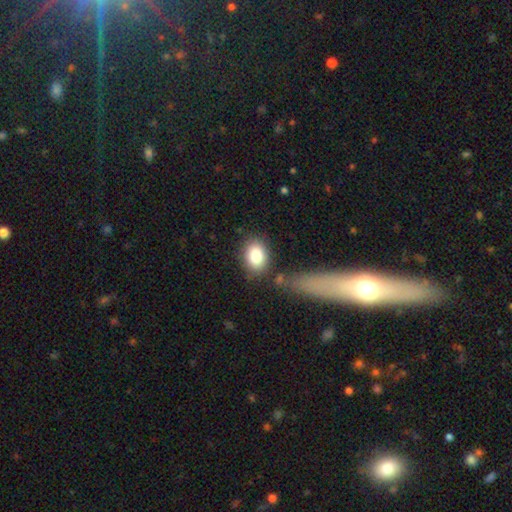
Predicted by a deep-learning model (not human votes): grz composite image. It shows a smooth galaxy with no disk features (86%) that is in between round and cigar-shaped (72%). Merging: none (75%).